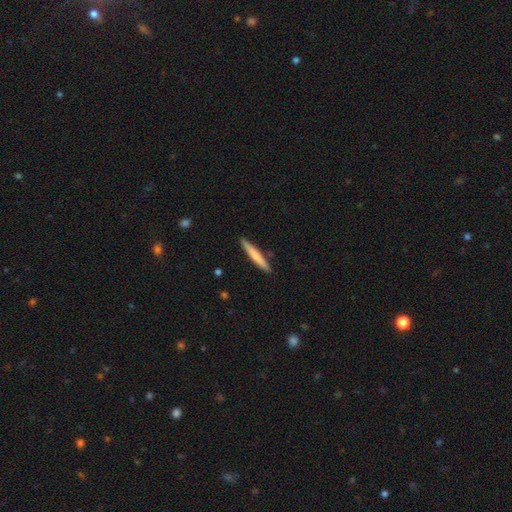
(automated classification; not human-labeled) smooth 70%, featured or disk 26%, star or artifact 5%. Down the decision tree: how rounded — cigar-shaped (95%); merging — none (88%).